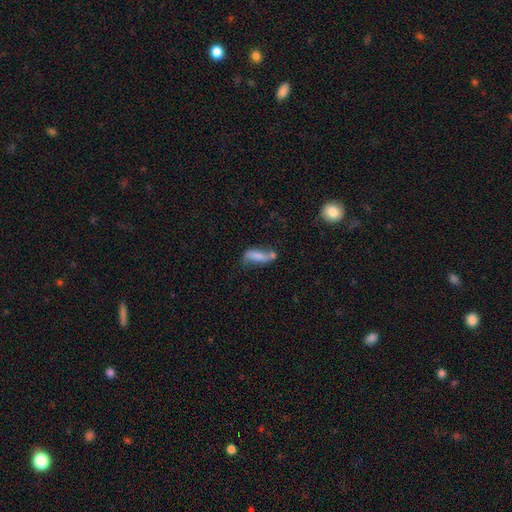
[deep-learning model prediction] A smooth galaxy with no disk features (62%) that is in between round and cigar-shaped (60%). Merging: none (36%).